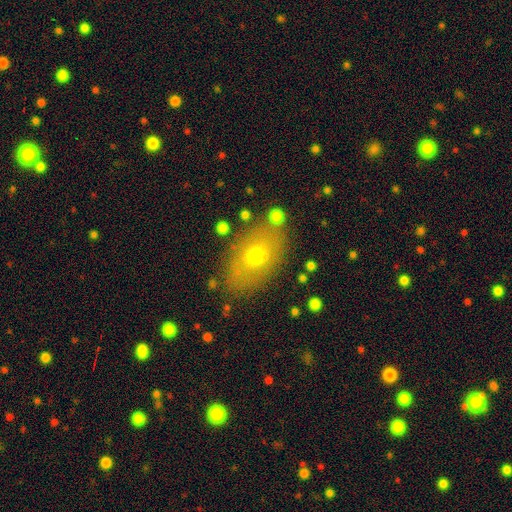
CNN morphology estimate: This appears to be a smooth galaxy with no disk features (61%) that is in between round and cigar-shaped (83%). Merging: none (76%).